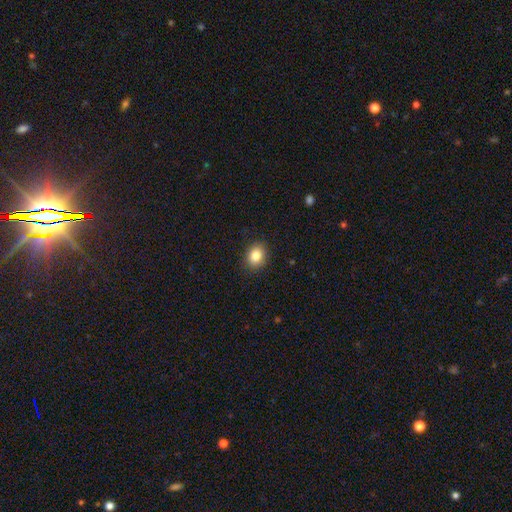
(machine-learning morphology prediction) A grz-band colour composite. It shows a smooth galaxy with no disk features (85%) that is round (54%). Merging: none (89%).